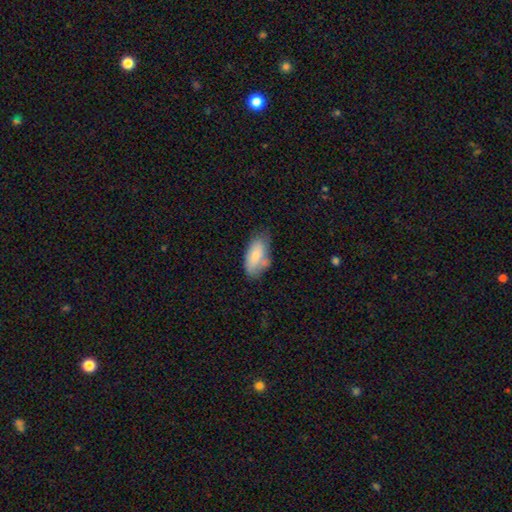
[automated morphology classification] smooth 77%, featured or disk 16%, star or artifact 7%. Down the decision tree: how rounded — in between (92%); merging — none (52%).